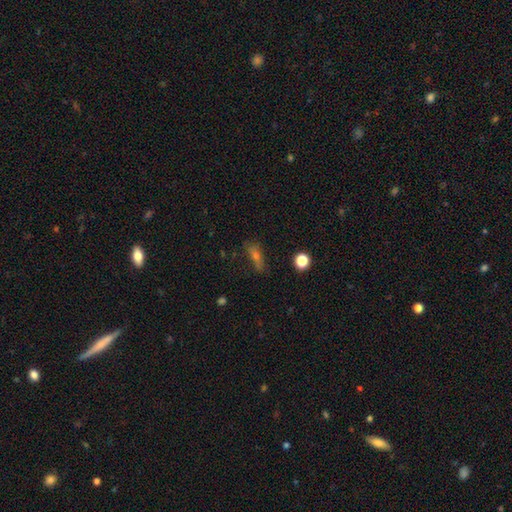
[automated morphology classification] smooth_or_featured: smooth (p=0.49) [alt: featured or disk p=0.29]
merging: none (p=0.67) [alt: minor disturbance p=0.21]